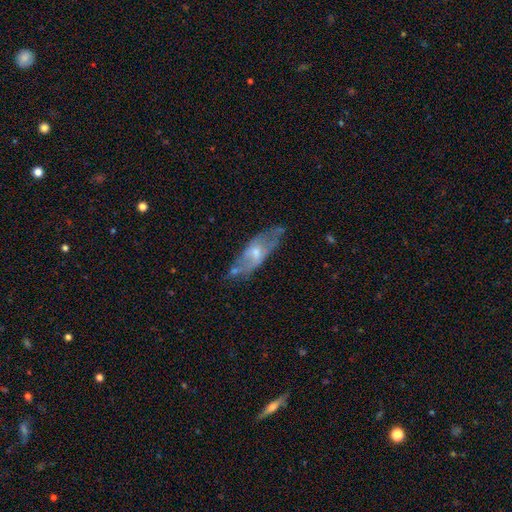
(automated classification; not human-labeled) smooth-or-featured: featured or disk: 66% | smooth: 24% | star or artifact: 9%
  disk-edge-on: no: 68% | yes: 32%
  merging: none: 68% | minor disturbance: 21% | major disturbance: 8% | merger: 3%